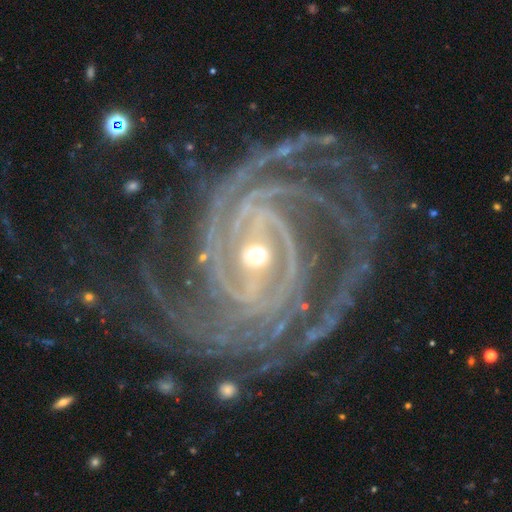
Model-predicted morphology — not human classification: type=featured or disk (92%); edge-on=no (97%); bar=strong (46%); spiral arms=yes (99%); winding=tight (71%); arm count=4 (22%); bulge=small (60%); merging=none (68%).